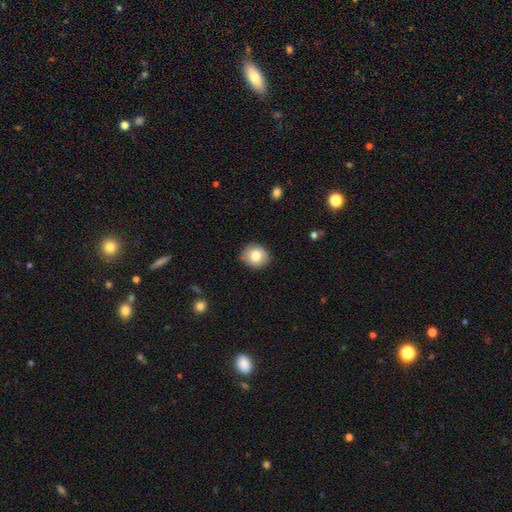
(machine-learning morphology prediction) Q: Smooth or featured?
A: smooth (80%); runner-up: featured or disk (11%)
Q: How rounded?
A: round (75%); runner-up: in between (24%)
Q: Merging?
A: none (88%); runner-up: minor disturbance (9%)